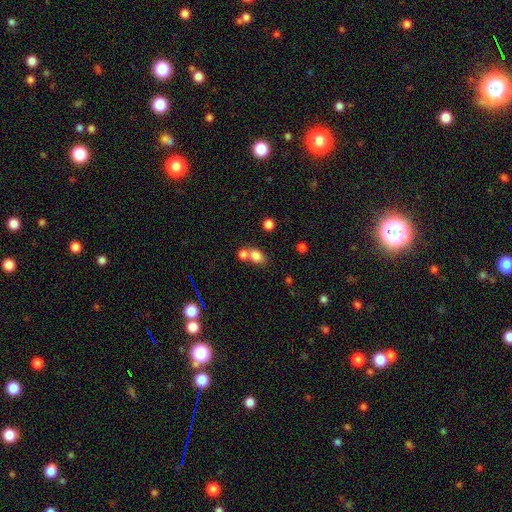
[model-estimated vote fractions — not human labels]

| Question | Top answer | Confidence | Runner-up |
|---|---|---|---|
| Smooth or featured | smooth | 80% | star or artifact (12%) |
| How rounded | in between | 58% | round (40%) |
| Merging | merger | 44% | tied: none (44%) |